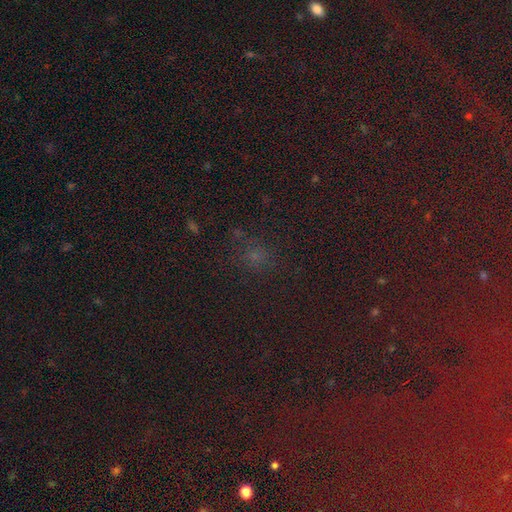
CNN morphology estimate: smooth_or_featured: star or artifact (p=0.48) [alt: smooth p=0.44]